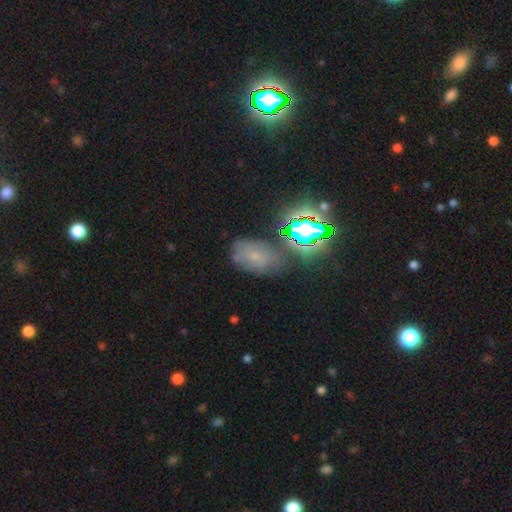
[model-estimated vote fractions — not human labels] The model was most divided on "smooth or featured": star or artifact: 42%, smooth: 31%, featured or disk: 27%.